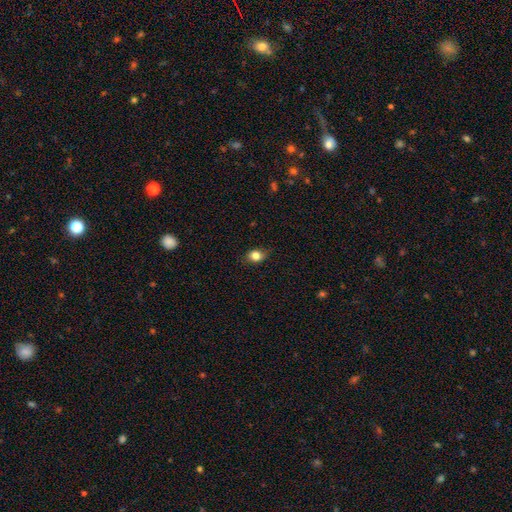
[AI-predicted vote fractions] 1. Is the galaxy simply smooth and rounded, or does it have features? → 81% smooth, 10% star or artifact, 9% featured or disk.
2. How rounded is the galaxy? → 59% in between, 39% round, 2% cigar-shaped.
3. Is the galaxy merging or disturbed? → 78% none, 17% minor disturbance, 3% major disturbance, 1% merger.